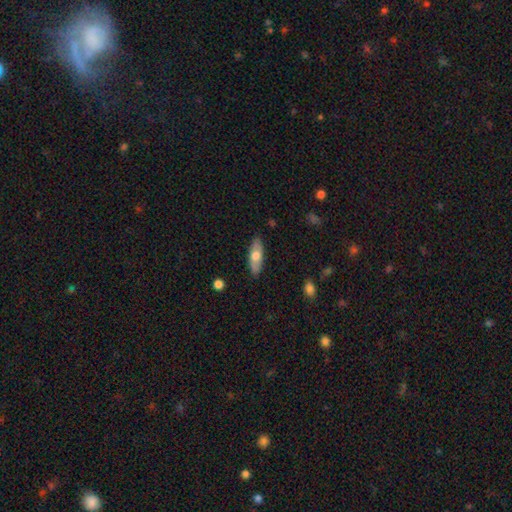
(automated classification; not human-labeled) smooth 63%, featured or disk 32%, star or artifact 6%. Down the decision tree: how rounded — in between (66%); merging — none (87%).